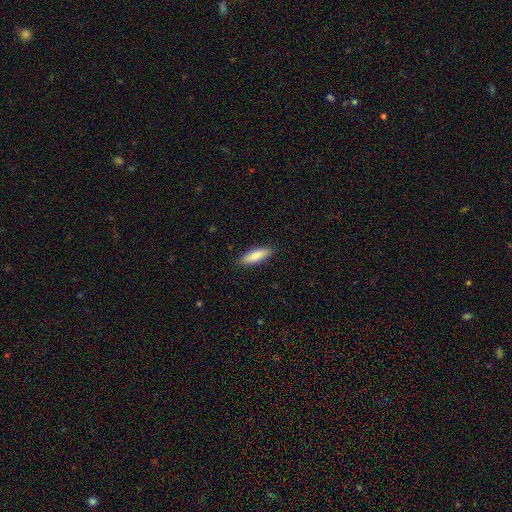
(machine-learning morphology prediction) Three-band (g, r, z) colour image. It shows a smooth galaxy with no disk features (85%) that is in between round and cigar-shaped (52%). Merging: none (88%).